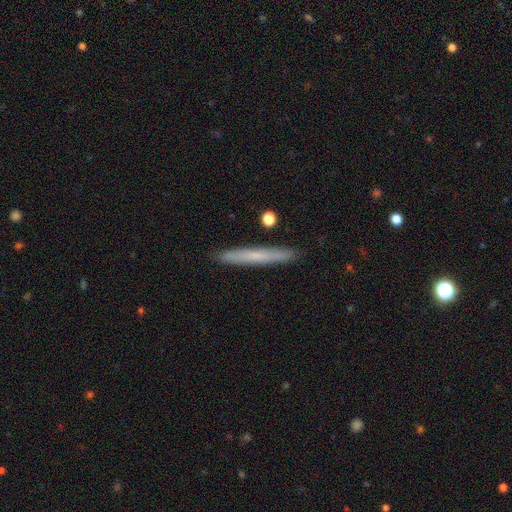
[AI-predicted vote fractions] Smooth or featured: smooth — 61% (featured or disk — 33%)
How rounded: cigar-shaped — 97% (in between — 2%)
Merging: none — 91% (minor disturbance — 6%)